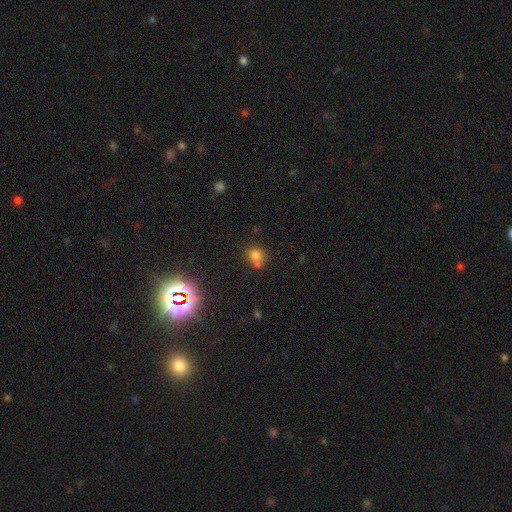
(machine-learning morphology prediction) smooth_or_featured: smooth (p=0.73) [alt: star or artifact p=0.17]
how_rounded: round (p=0.69) [alt: in between p=0.30]
merging: none (p=0.50) [alt: merger p=0.30]